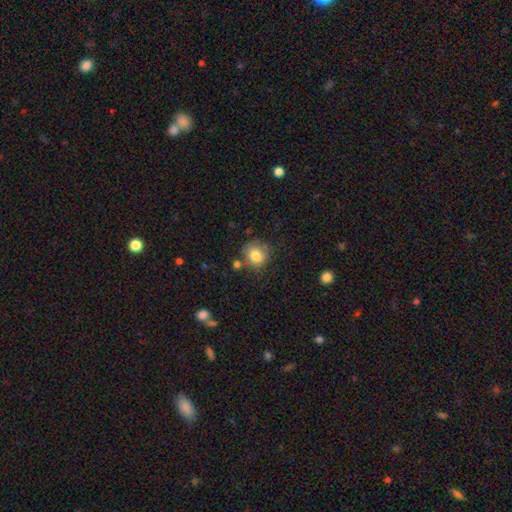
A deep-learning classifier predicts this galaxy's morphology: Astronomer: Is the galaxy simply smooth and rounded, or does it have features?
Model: smooth — 82%.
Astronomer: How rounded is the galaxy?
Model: round — 83%.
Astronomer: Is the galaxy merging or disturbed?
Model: none — 69%.